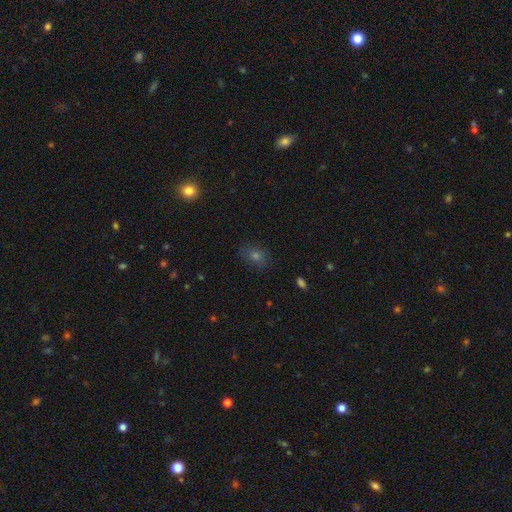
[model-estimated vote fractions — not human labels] smooth 64%, star or artifact 25%, featured or disk 11%. Down the decision tree: how rounded — in between (58%); merging — none (84%).